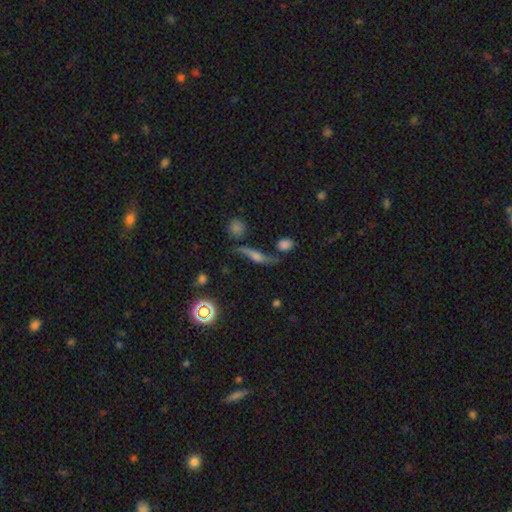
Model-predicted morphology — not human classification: Smooth or featured? featured or disk (57%)
Edge-on disk? yes (63%)
Merging? none (59%)